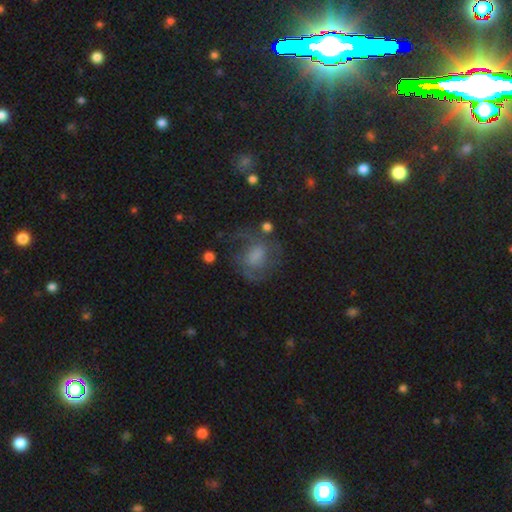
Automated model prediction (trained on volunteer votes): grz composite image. It shows a featured or disk galaxy (52%) with no bar (50%), spiral arms (76%) and a moderate central bulge (28%, tied with none). Merging: none (51%).